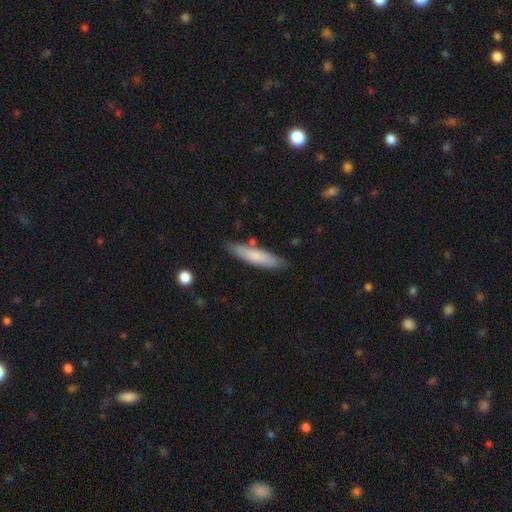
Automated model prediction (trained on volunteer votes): Q: Smooth or featured?
A: smooth (76%); runner-up: featured or disk (19%)
Q: How rounded?
A: cigar-shaped (77%); runner-up: in between (21%)
Q: Merging?
A: none (81%); runner-up: minor disturbance (13%)